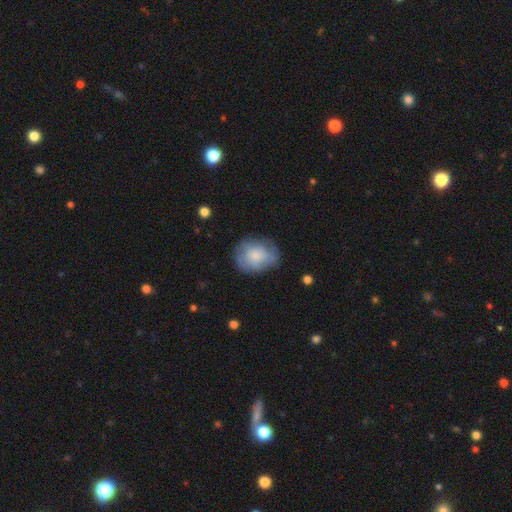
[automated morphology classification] A smooth galaxy with no disk features (68%) that is round (58%). Merging: none (68%).